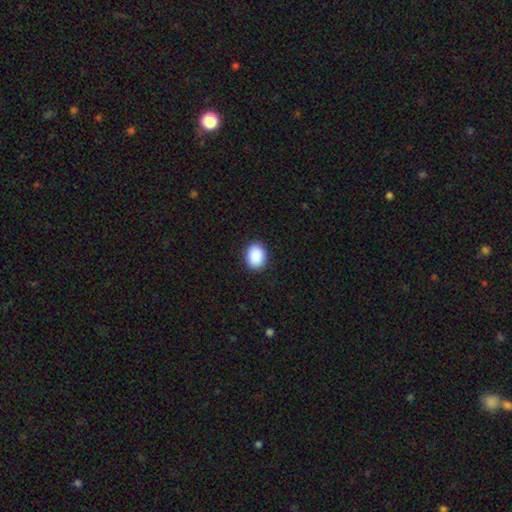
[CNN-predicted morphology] Smooth or featured?
  - smooth: 90% *
  - star or artifact: 7%
  - featured or disk: 2%
How rounded?
  - in between: 60% *
  - round: 39%
  - cigar-shaped: 1%
Merging?
  - none: 90% *
  - minor disturbance: 7%
  - major disturbance: 2%
  - merger: 1%